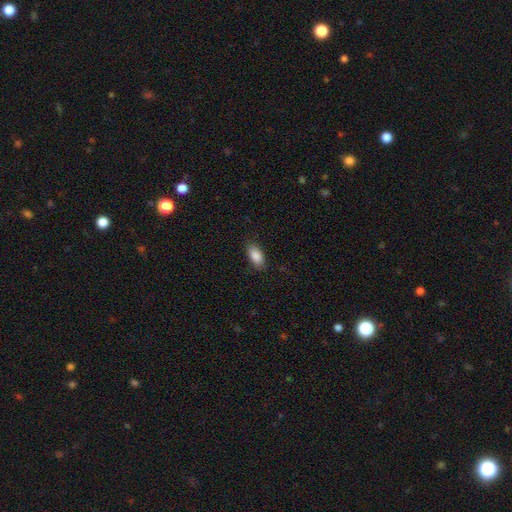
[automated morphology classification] Smooth or featured? Predicted: smooth (p=0.88). How rounded? Predicted: in between (p=0.91). Merging? Predicted: none (p=0.85).